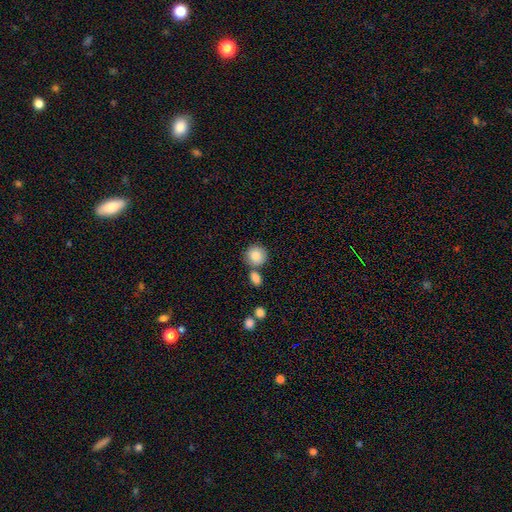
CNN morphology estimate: A smooth galaxy with no disk features (83%) that is round (90%).

Vote fractions:
- Smooth or featured? smooth: 83% / featured or disk: 8% / star or artifact: 8%
- How rounded? round: 90% / in between: 9% / cigar-shaped: 1%
- Merging? none: 67% / merger: 20% / minor disturbance: 10% / major disturbance: 3%